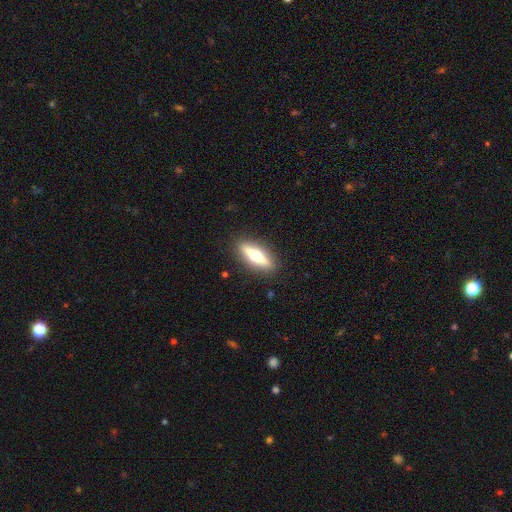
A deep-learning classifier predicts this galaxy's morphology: Smooth or featured?
  - featured or disk: 57% *
  - smooth: 37%
  - star or artifact: 6%
Edge-on disk?
  - yes: 90% *
  - no: 10%
Edge-on bulge?
  - rounded: 94% *
  - boxy: 3%
  - none: 2%
Merging?
  - none: 89% *
  - minor disturbance: 7%
  - major disturbance: 2%
  - merger: 1%